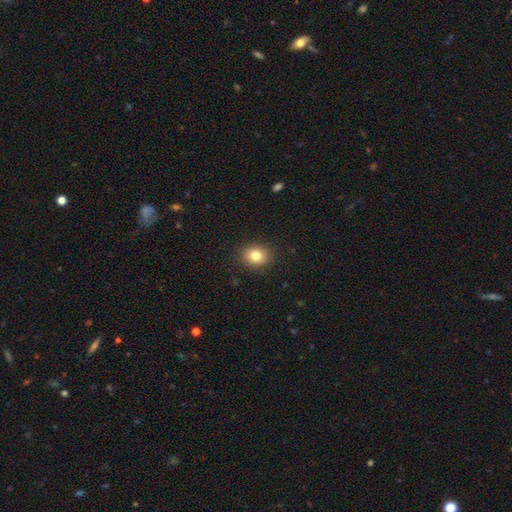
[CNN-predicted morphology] type=smooth (80%); roundness=round (69%); merging=none (90%).